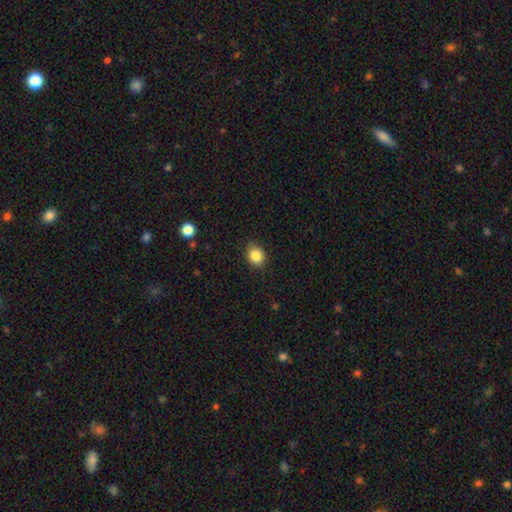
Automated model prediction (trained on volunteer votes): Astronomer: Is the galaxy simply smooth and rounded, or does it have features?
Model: smooth — 85%.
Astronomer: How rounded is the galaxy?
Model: round — 59% (runner-up: in between, 40%).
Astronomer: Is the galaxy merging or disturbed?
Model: none — 83%.